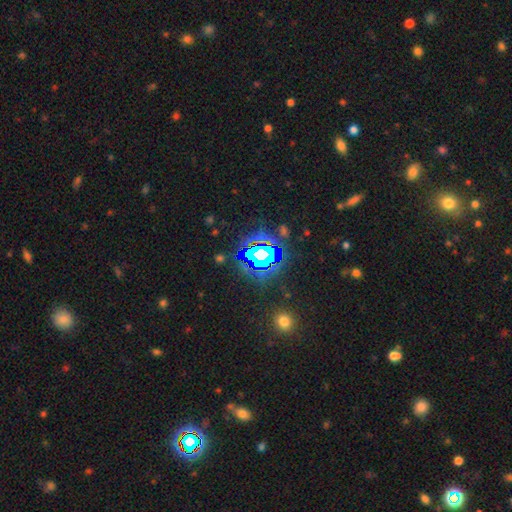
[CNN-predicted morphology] smooth_or_featured: star or artifact (p=0.77) [alt: smooth p=0.13]